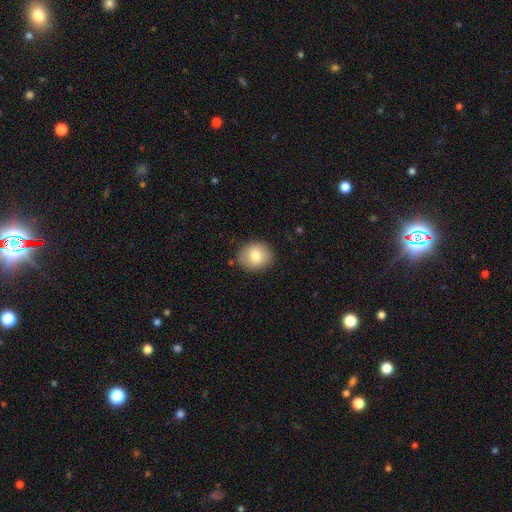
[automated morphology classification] The model was most divided on "how rounded": round: 68%, in between: 31%, cigar-shaped: 1%. More confident: merging — none (85%); smooth or featured — smooth (79%).